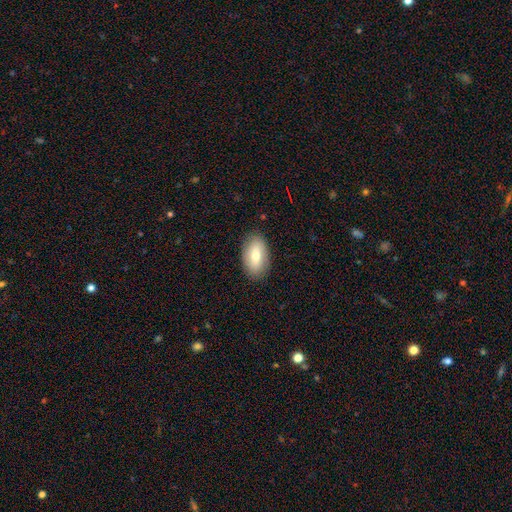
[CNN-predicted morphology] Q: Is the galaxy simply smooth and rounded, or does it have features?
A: smooth — 71%.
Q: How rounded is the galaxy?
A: in between — 92%.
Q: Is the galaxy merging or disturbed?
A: none — 85%.